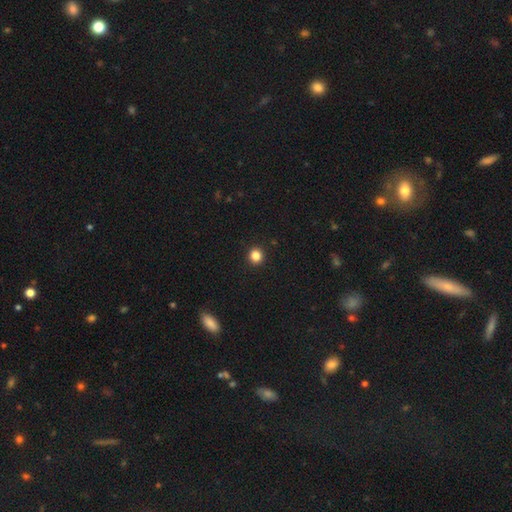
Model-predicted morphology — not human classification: Overall: smooth (84%). How rounded: round (92%). Merging: none (93%).